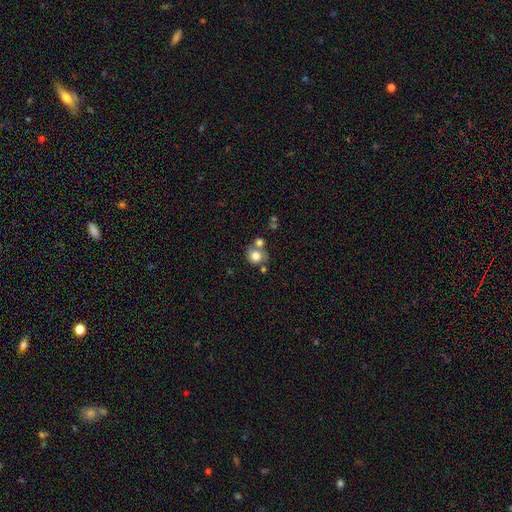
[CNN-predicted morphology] A smooth galaxy with no disk features (80%) that is round (82%). Merging: none (53%).